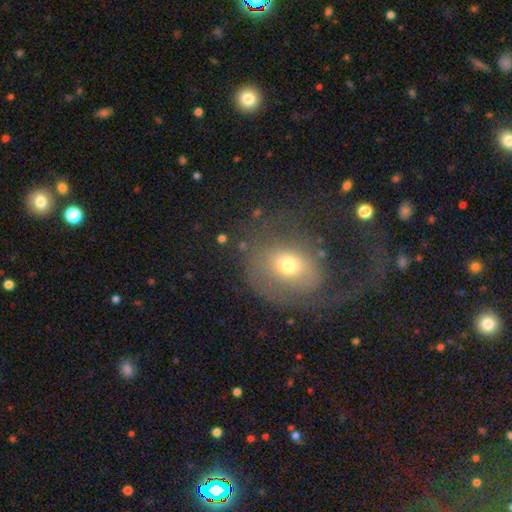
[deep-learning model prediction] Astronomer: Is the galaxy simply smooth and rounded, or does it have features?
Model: smooth — 42%, tied with featured or disk at 42%.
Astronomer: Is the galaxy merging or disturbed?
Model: major disturbance — 42% (runner-up: none, 38%).